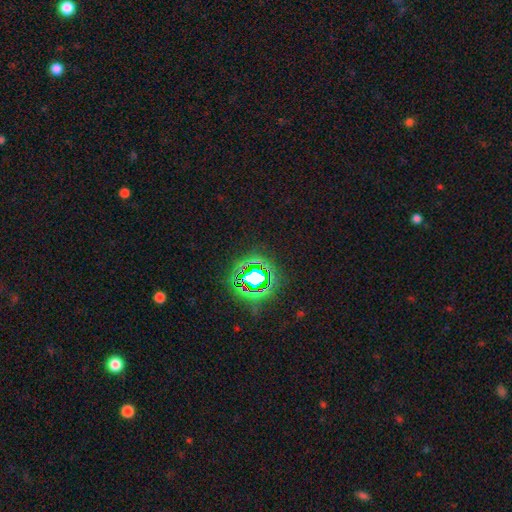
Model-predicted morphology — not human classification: type=star or artifact (79%).